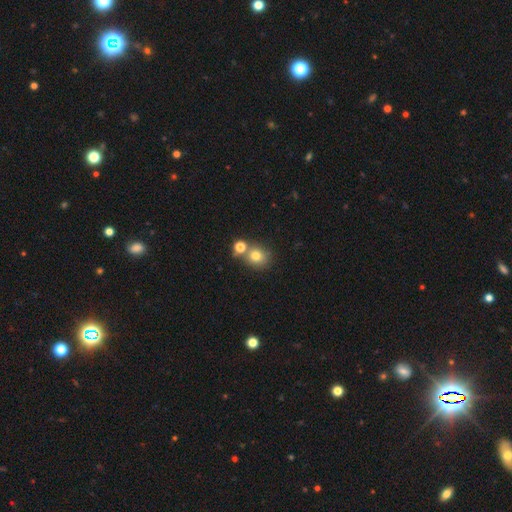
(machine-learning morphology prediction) A smooth galaxy with no disk features (77%) that is round (81%).

Vote fractions:
- Smooth or featured? smooth: 77% / star or artifact: 13% / featured or disk: 10%
- How rounded? round: 81% / in between: 18% / cigar-shaped: 1%
- Merging? none: 59% / merger: 29% / minor disturbance: 9% / major disturbance: 3%